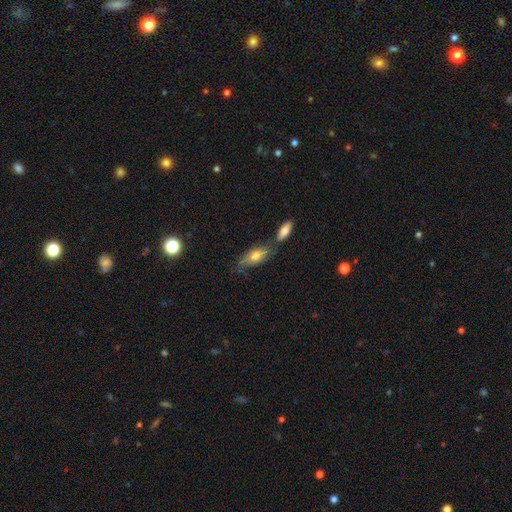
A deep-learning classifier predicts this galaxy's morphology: A smooth galaxy with no disk features (66%) that is in between round and cigar-shaped (77%).

Vote fractions:
- Smooth or featured? smooth: 66% / featured or disk: 27% / star or artifact: 7%
- How rounded? in between: 77% / cigar-shaped: 20% / round: 3%
- Merging? none: 51% / merger: 22% / minor disturbance: 20% / major disturbance: 6%